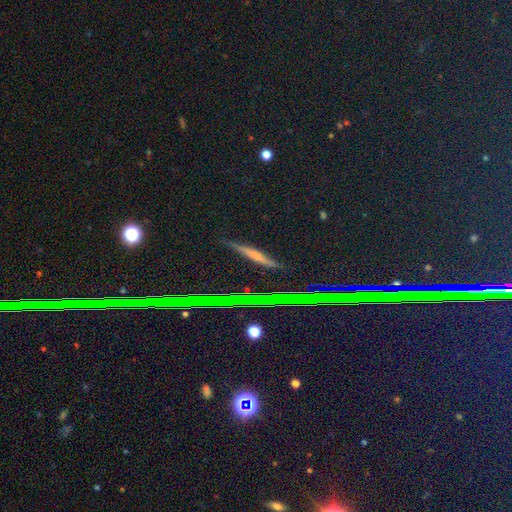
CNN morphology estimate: A featured or disk galaxy (42%).

Vote fractions:
- Smooth or featured? featured or disk: 42% / smooth: 34% / star or artifact: 24%
- Merging? none: 85% / minor disturbance: 11% / major disturbance: 3% / merger: 2%